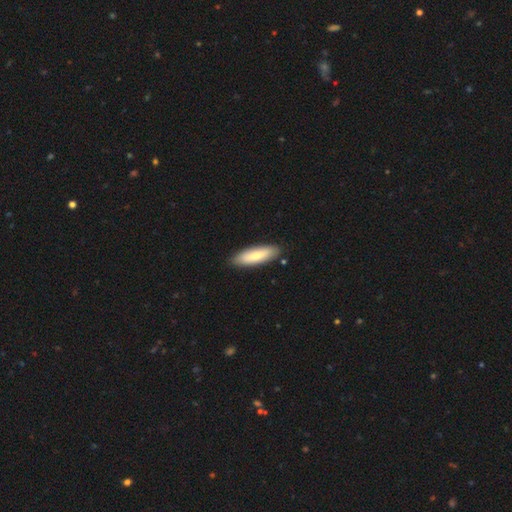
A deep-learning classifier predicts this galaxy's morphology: smooth 72%, featured or disk 23%, star or artifact 5%. Down the decision tree: how rounded — in between (49%, tied with cigar-shaped); merging — none (87%).